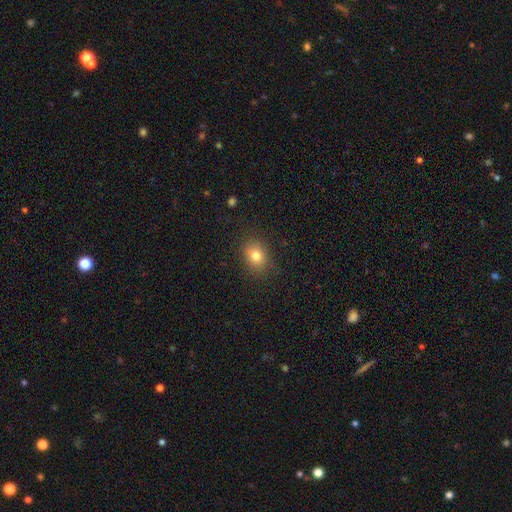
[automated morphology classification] Smooth or featured?
  - smooth: 80% *
  - star or artifact: 12%
  - featured or disk: 8%
How rounded?
  - in between: 53% *
  - round: 46%
  - cigar-shaped: 1%
Merging?
  - none: 84% *
  - minor disturbance: 12%
  - major disturbance: 4%
  - merger: 1%